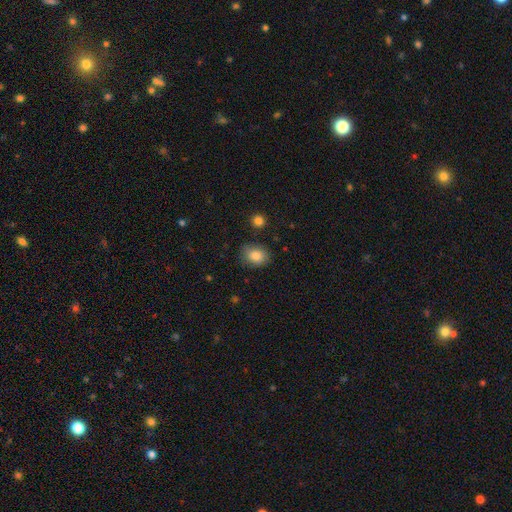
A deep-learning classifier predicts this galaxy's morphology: A smooth galaxy with no disk features (84%) that is in between round and cigar-shaped (55%). Merging: none (74%).